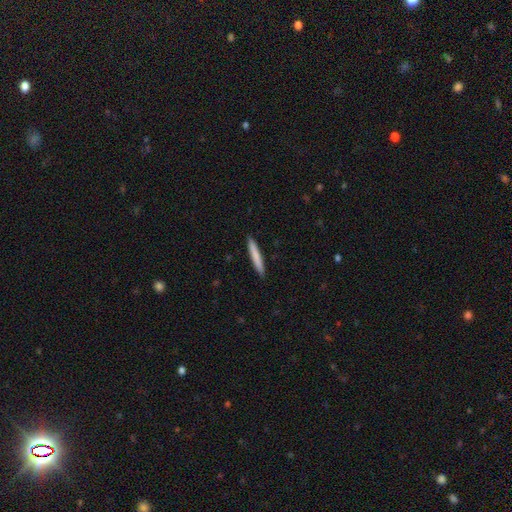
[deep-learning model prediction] Overall: smooth (77%). How rounded: cigar-shaped (95%). Merging: none (92%).